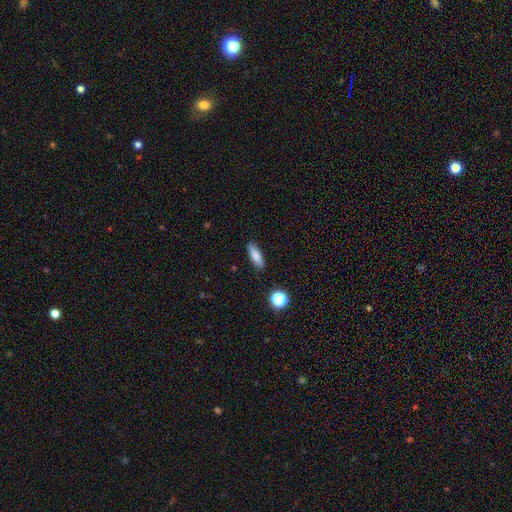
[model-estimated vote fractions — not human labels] This is clearly a smooth galaxy (81%). How rounded: possibly in between (49%). Merging: clearly none (88%).